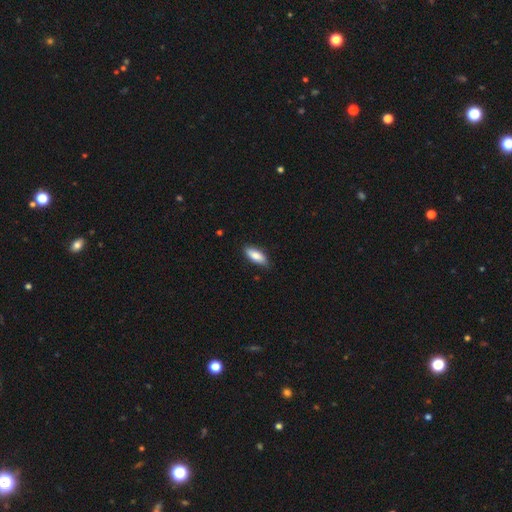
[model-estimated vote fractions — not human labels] smooth_or_featured: smooth (p=0.81) [alt: featured or disk p=0.13]
how_rounded: in between (p=0.74) [alt: cigar-shaped p=0.24]
merging: none (p=0.84) [alt: minor disturbance p=0.13]